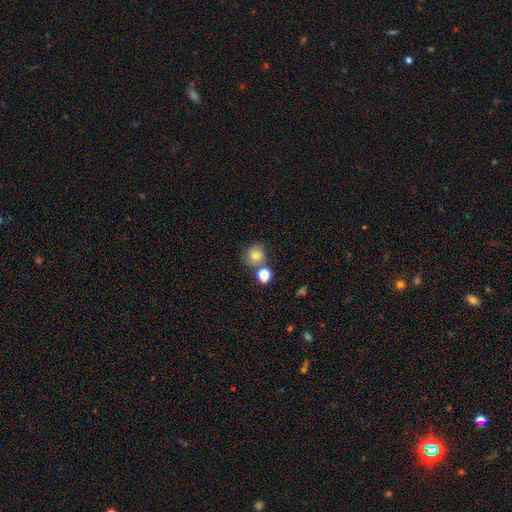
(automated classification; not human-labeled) A smooth galaxy with no disk features (75%) that is round (84%).

Vote fractions:
- Smooth or featured? smooth: 75% / star or artifact: 14% / featured or disk: 11%
- How rounded? round: 84% / in between: 15% / cigar-shaped: 1%
- Merging? none: 63% / merger: 22% / minor disturbance: 11% / major disturbance: 4%